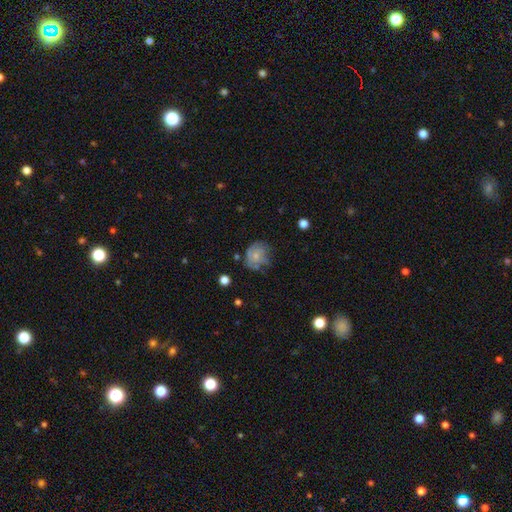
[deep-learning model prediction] smooth_or_featured: smooth (p=0.52) [alt: featured or disk p=0.39]
how_rounded: round (p=0.65) [alt: in between p=0.34]
merging: none (p=0.52) [alt: minor disturbance p=0.30]